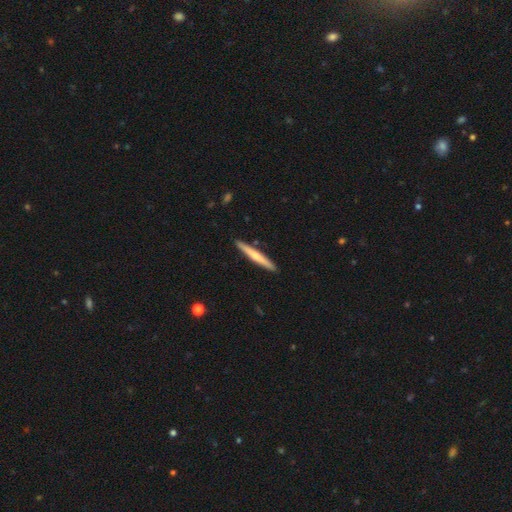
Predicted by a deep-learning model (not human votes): Morphology: type=smooth (53%); roundness=cigar-shaped (96%); merging=none (91%).